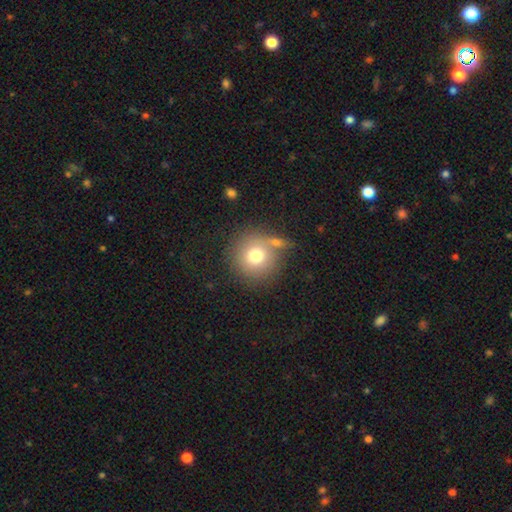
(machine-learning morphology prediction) Smooth or featured? Predicted: smooth (p=0.75). How rounded? Predicted: round (p=0.93). Merging? Predicted: none (p=0.67).